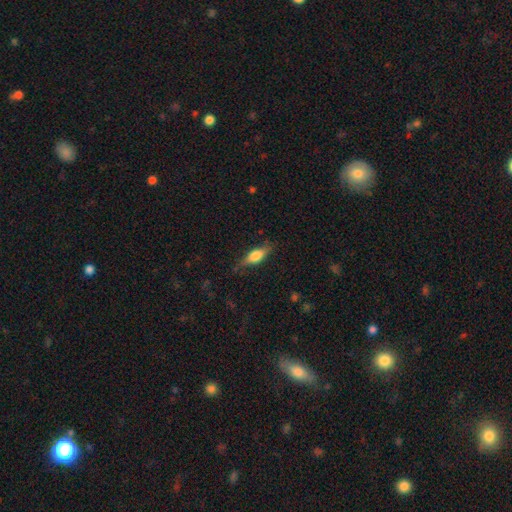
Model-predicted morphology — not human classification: Smooth or featured? smooth (63%)
How rounded? in between (64%)
Merging? none (76%)